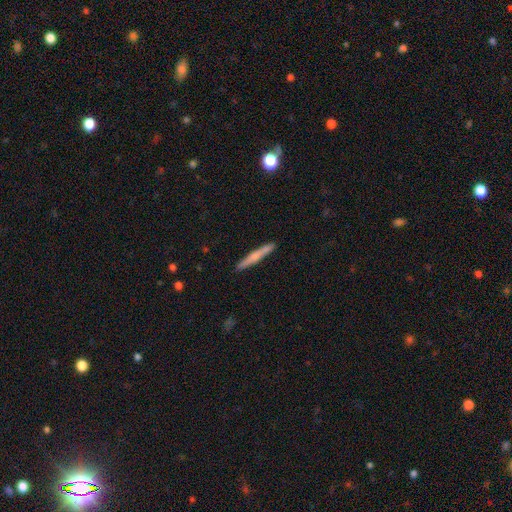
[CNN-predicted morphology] A smooth galaxy with no disk features (60%) that is cigar-shaped (96%).

Vote fractions:
- Smooth or featured? smooth: 60% / featured or disk: 34% / star or artifact: 6%
- How rounded? cigar-shaped: 96% / in between: 3% / round: 1%
- Merging? none: 90% / minor disturbance: 7% / major disturbance: 1% / merger: 1%